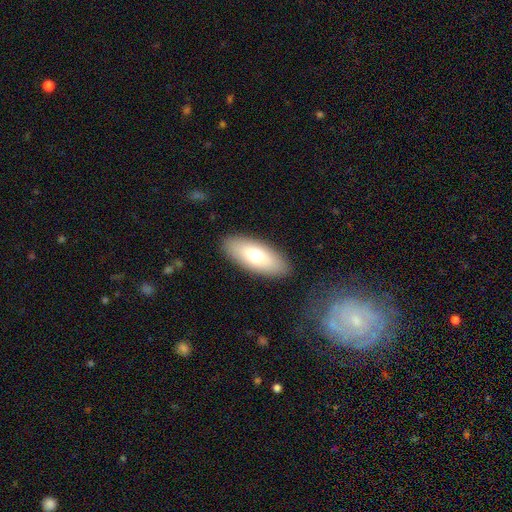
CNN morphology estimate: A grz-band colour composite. It shows a smooth galaxy with no disk features (71%) that is in between round and cigar-shaped (83%). Merging: none (88%).